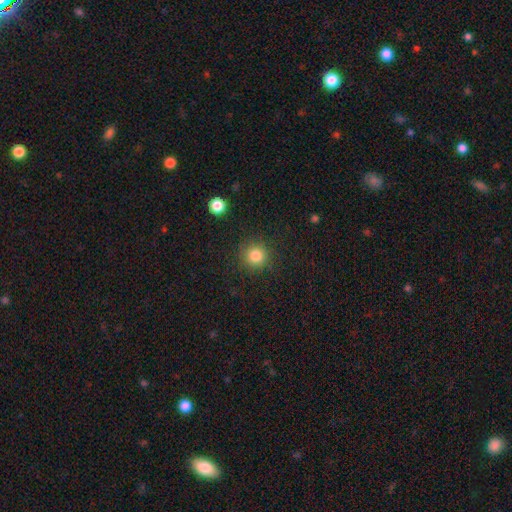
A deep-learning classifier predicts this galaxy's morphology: Smooth or featured? Predicted: smooth (p=0.83). How rounded? Predicted: round (p=0.94). Merging? Predicted: none (p=0.89).